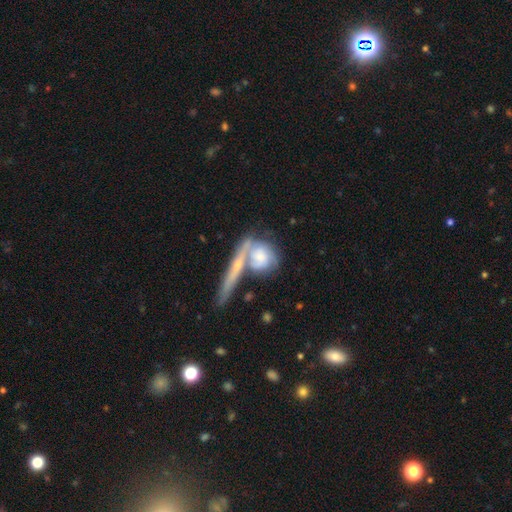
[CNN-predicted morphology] Q: Smooth or featured?
A: smooth (45%); tied with: featured or disk (45%)
Q: Merging?
A: merger (42%); runner-up: none (39%)